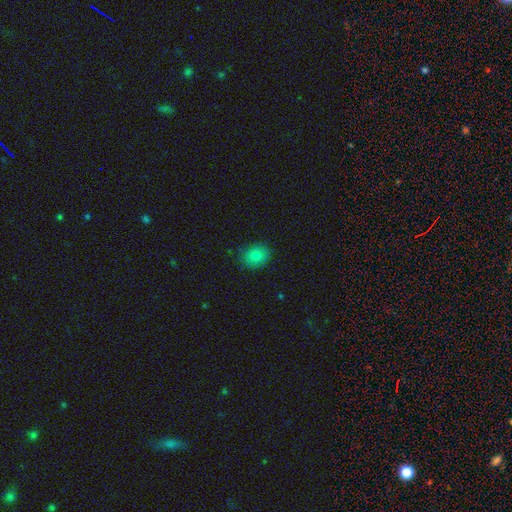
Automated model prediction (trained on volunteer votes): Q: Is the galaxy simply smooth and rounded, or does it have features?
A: smooth — 82%.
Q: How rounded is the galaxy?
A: round — 56%.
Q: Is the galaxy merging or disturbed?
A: none — 85%.